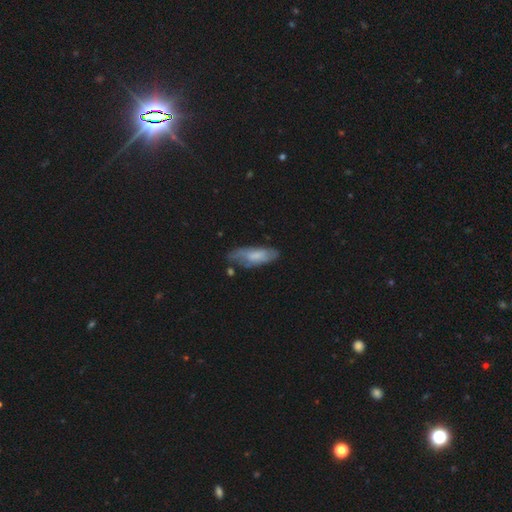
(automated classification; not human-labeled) smooth 58%, featured or disk 35%, star or artifact 7%. Down the decision tree: how rounded — in between (63%); merging — none (55%).